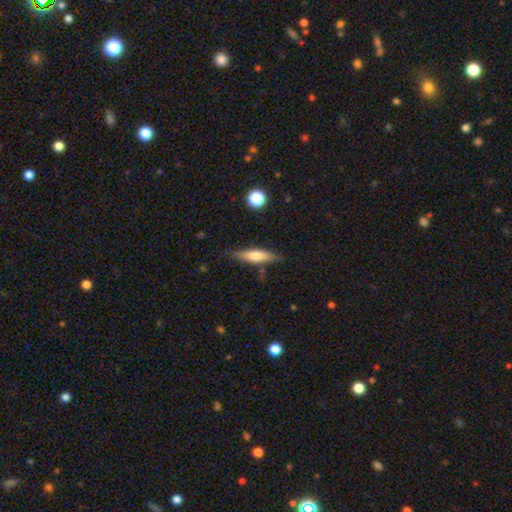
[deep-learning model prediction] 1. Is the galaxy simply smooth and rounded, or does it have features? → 54% smooth, 40% featured or disk, 7% star or artifact.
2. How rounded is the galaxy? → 73% cigar-shaped, 25% in between, 2% round.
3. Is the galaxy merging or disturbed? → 80% none, 15% minor disturbance, 3% major disturbance, 3% merger.